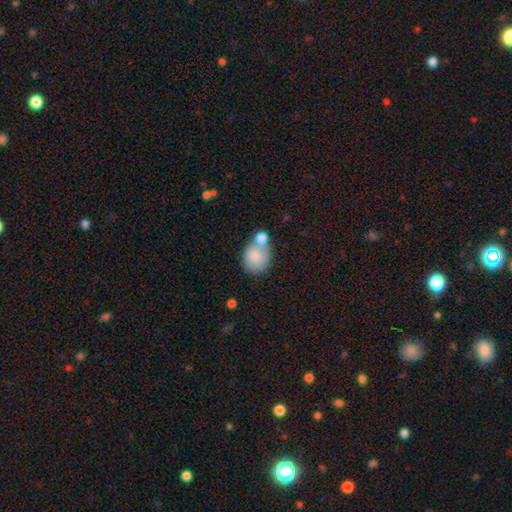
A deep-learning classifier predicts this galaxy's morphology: Smooth or featured? smooth (78%)
How rounded? in between (56%)
Merging? none (39%)